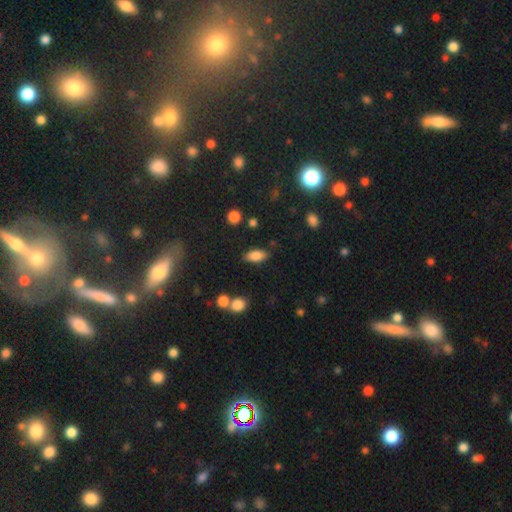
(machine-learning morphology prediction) A smooth galaxy with no disk features (81%) that is in between round and cigar-shaped (85%). Merging: none (81%).